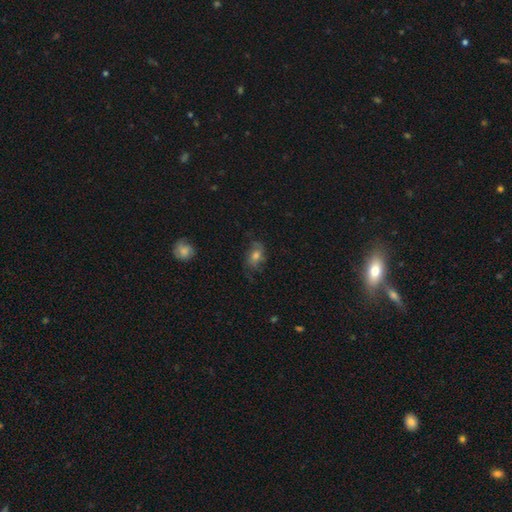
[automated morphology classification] A smooth galaxy with no disk features (43%). Merging: none (64%).